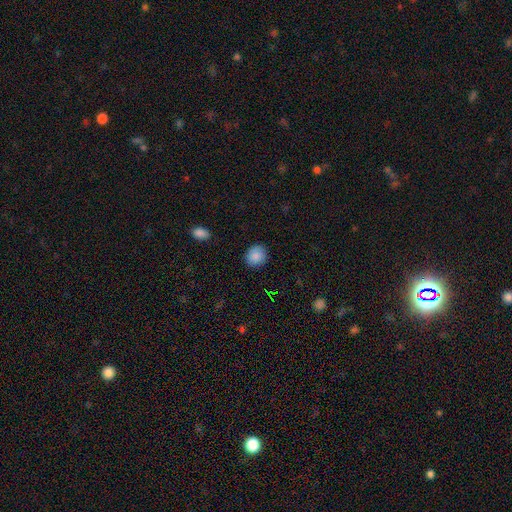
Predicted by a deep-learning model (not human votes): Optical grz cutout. It shows a smooth galaxy with no disk features (87%) that is round (80%). Merging: none (89%).